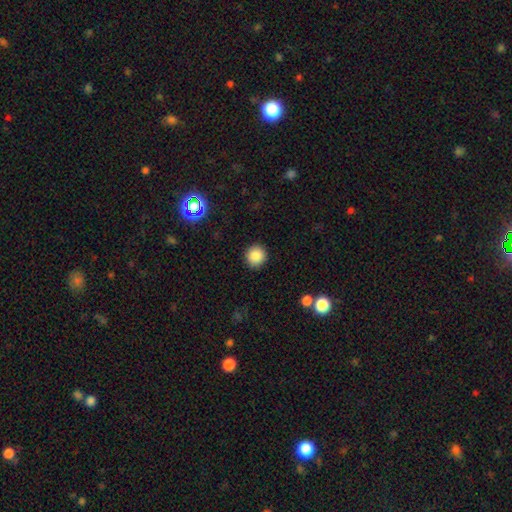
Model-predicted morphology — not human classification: Smooth or featured? Predicted: smooth (p=0.86). How rounded? Predicted: round (p=0.93). Merging? Predicted: none (p=0.92).